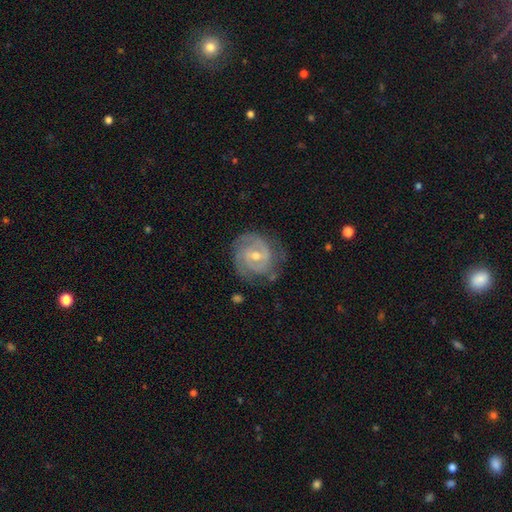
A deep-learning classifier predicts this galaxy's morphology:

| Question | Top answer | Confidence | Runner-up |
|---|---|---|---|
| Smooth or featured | featured or disk | 85% | smooth (9%) |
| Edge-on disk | no | 97% | yes (3%) |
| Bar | weak | 49% | no (36%) |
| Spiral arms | yes | 96% | no (4%) |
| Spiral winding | tight | 63% | medium (31%) |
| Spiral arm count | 2 | 56% | 3 (18%) |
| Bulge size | moderate | 51% | small (45%) |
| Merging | none | 73% | minor disturbance (19%) |